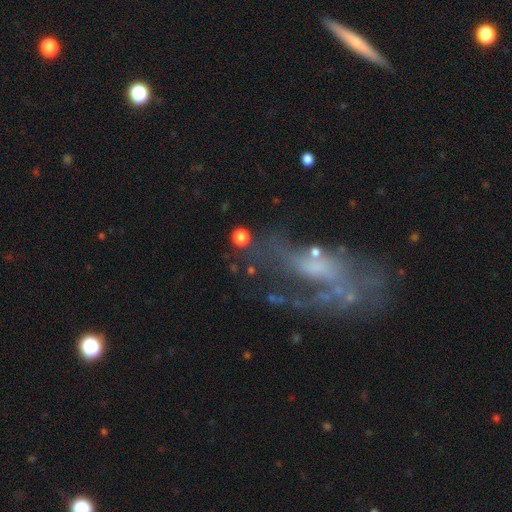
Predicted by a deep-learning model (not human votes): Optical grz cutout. It shows a featured or disk galaxy (70%) with no bar (60%), spiral arms (57%) and no central bulge (44%). Merging: none (39%).